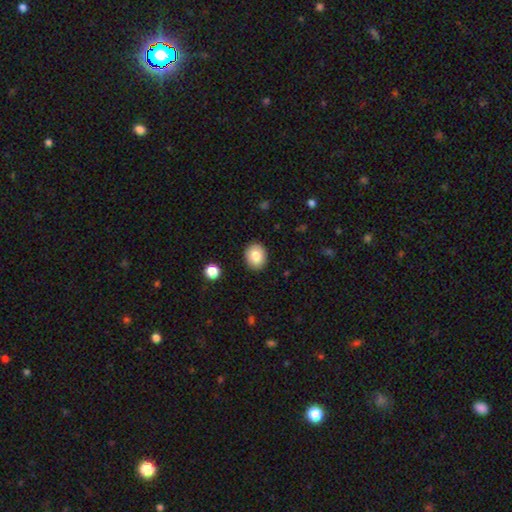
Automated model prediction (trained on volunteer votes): smooth_or_featured: smooth (p=0.83) [alt: star or artifact p=0.08]
how_rounded: round (p=0.62) [alt: in between p=0.37]
merging: none (p=0.89) [alt: minor disturbance p=0.07]